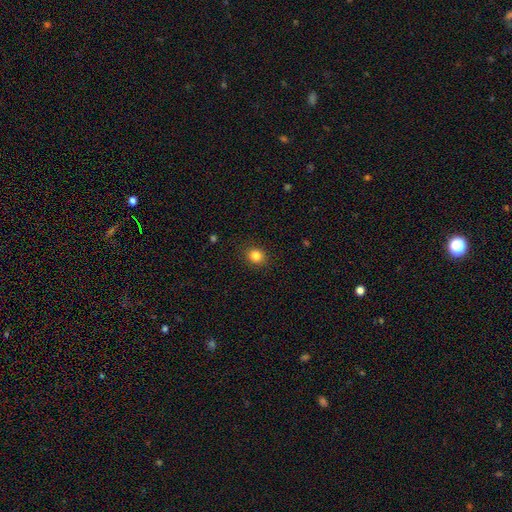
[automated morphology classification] Overall: smooth (84%). How rounded: round (75%). Merging: none (89%).